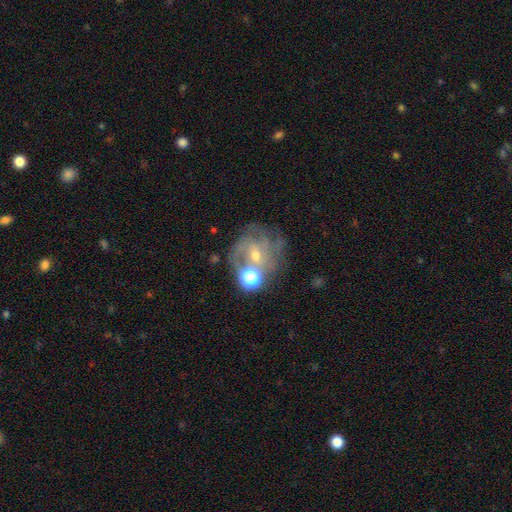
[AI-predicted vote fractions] Smooth or featured? Predicted: featured or disk (p=0.64). Edge-on disk? Predicted: no (p=0.97). Bar? Predicted: no (p=0.60). Spiral arms? Predicted: yes (p=0.85). Spiral winding? Predicted: tight (p=0.42, tied with medium). Spiral arm count? Predicted: can't tell (p=0.34). Bulge size? Predicted: small (p=0.55). Merging? Predicted: none (p=0.54).